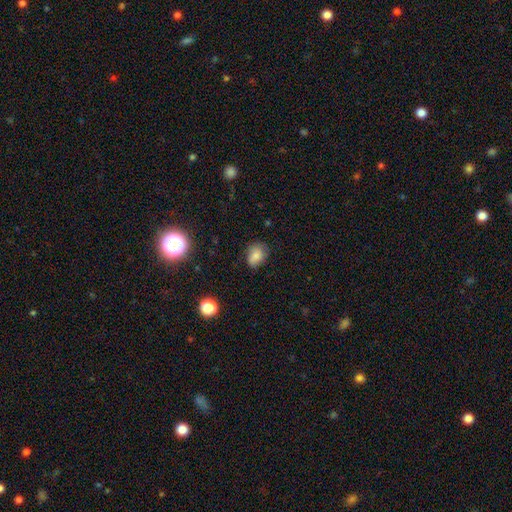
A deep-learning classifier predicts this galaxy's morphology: Q: Smooth or featured?
A: smooth (79%); runner-up: star or artifact (11%)
Q: How rounded?
A: in between (66%); runner-up: round (32%)
Q: Merging?
A: none (65%); runner-up: minor disturbance (27%)